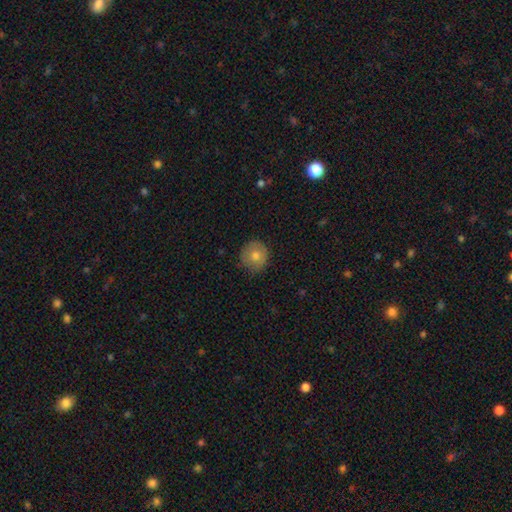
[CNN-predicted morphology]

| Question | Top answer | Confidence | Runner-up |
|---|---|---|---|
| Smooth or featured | smooth | 70% | featured or disk (19%) |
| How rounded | round | 91% | in between (8%) |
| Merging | none | 85% | minor disturbance (11%) |